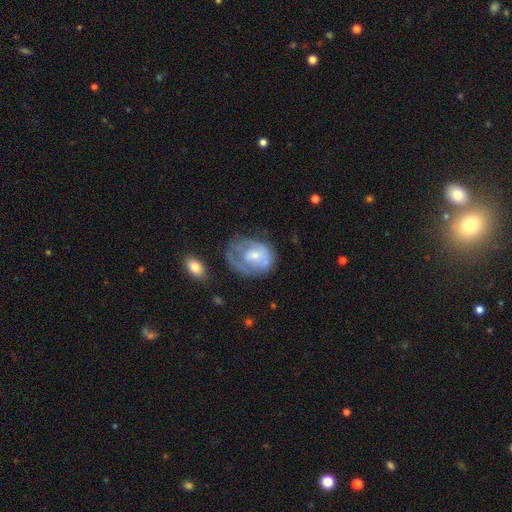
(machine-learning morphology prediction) A featured or disk galaxy (51%).

Vote fractions:
- Smooth or featured? featured or disk: 51% / smooth: 42% / star or artifact: 7%
- Edge-on disk? no: 97% / yes: 3%
- Merging? none: 40% / major disturbance: 29% / minor disturbance: 28% / merger: 4%